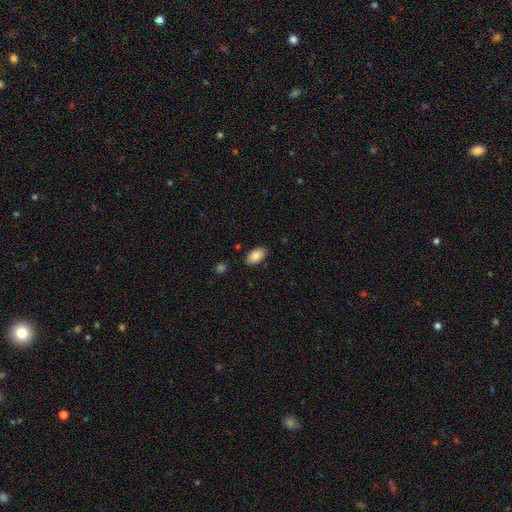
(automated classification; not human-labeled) This is clearly a smooth galaxy (87%). How rounded: clearly in between (95%). Merging: clearly none (86%).